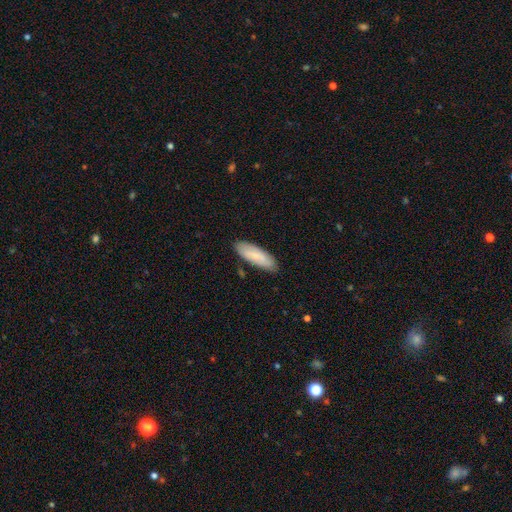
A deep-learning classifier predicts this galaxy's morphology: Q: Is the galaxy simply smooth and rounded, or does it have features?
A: smooth — 74%.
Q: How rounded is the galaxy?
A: in between — 58%.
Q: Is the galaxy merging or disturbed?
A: none — 84%.